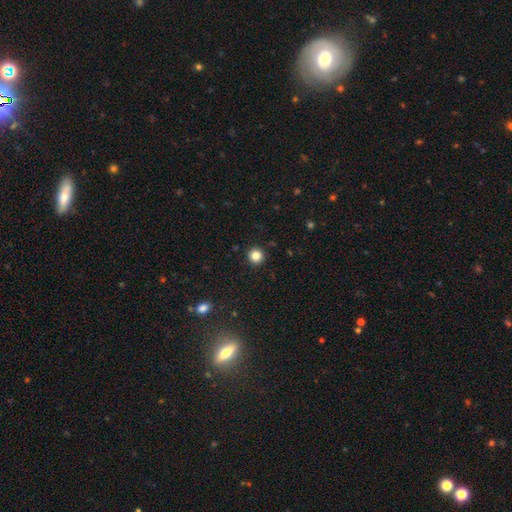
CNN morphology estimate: Smooth or featured: smooth — 84% (star or artifact — 11%)
How rounded: round — 95% (in between — 4%)
Merging: none — 93% (minor disturbance — 4%)